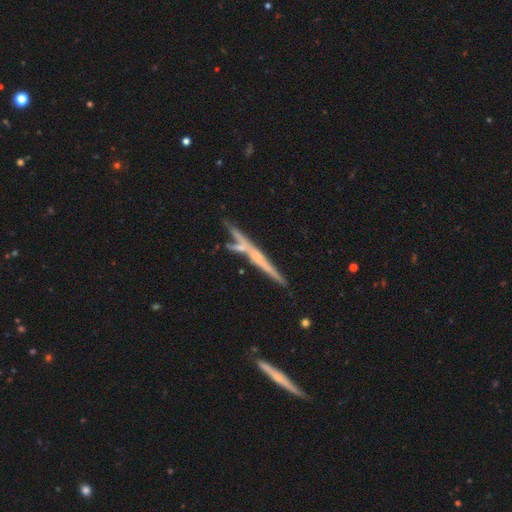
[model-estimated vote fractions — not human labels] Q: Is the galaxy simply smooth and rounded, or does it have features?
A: featured or disk — 67%.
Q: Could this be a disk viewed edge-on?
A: yes — 94%.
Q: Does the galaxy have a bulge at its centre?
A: none — 62%.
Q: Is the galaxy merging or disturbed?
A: none — 64%.